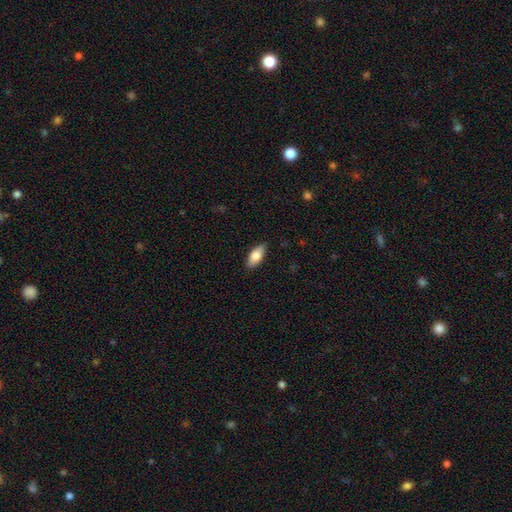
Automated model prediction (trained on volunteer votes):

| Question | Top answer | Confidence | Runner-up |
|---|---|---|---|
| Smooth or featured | smooth | 79% | featured or disk (15%) |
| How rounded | in between | 86% | cigar-shaped (12%) |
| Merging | none | 87% | minor disturbance (10%) |